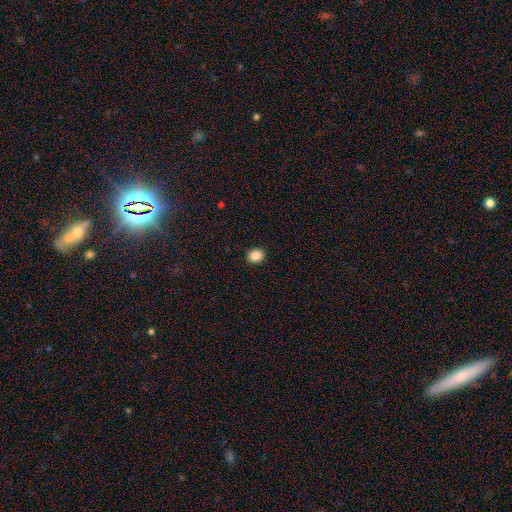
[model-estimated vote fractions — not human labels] smooth-or-featured: smooth: 88% | star or artifact: 9% | featured or disk: 3%
  how-rounded: round: 58% | in between: 41% | cigar-shaped: 1%
  merging: none: 89% | minor disturbance: 8% | major disturbance: 2% | merger: 1%